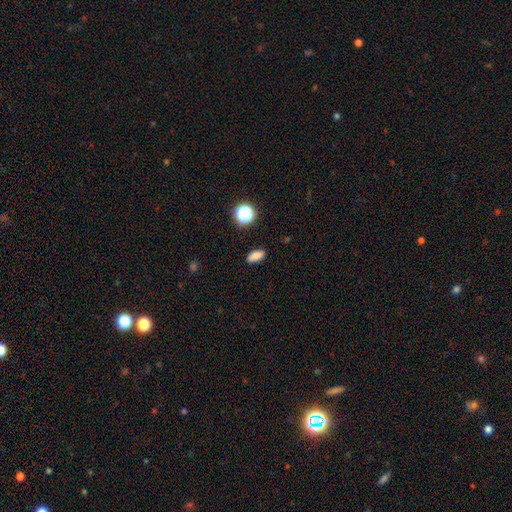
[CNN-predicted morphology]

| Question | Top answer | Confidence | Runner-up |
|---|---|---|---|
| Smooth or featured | smooth | 83% | star or artifact (12%) |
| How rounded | in between | 83% | cigar-shaped (9%) |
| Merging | none | 88% | minor disturbance (9%) |